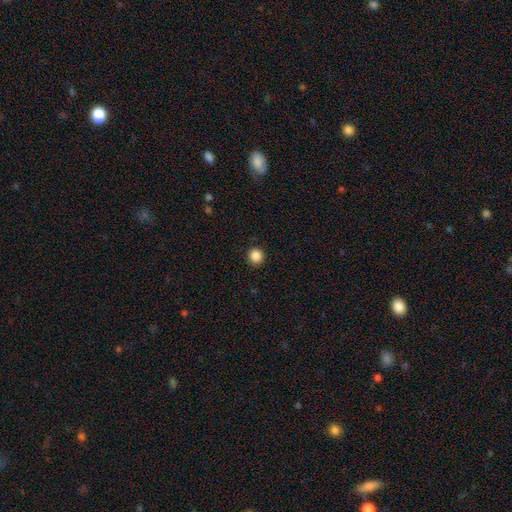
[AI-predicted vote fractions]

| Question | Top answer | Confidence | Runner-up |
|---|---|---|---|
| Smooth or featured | smooth | 87% | star or artifact (10%) |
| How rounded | round | 92% | in between (7%) |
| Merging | none | 92% | minor disturbance (6%) |